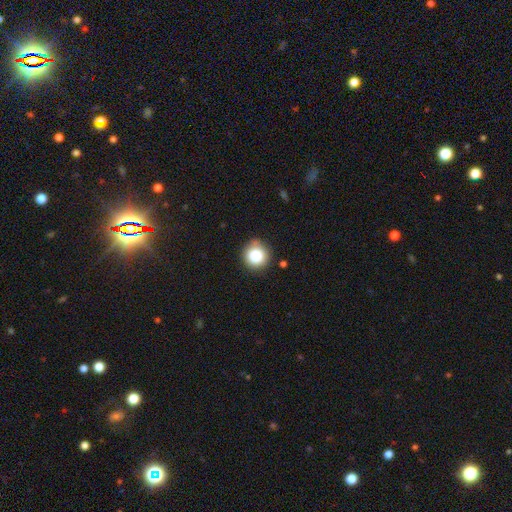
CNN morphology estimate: Smooth or featured: smooth — 85% (star or artifact — 10%)
How rounded: round — 93% (in between — 6%)
Merging: none — 81% (minor disturbance — 14%)